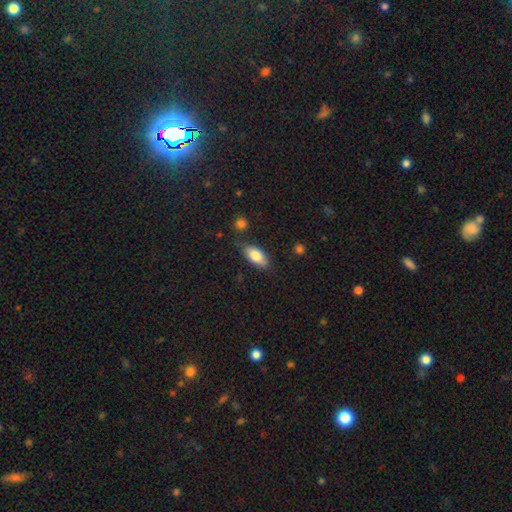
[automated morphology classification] This appears to be a smooth galaxy with no disk features (80%) that is in between round and cigar-shaped (86%). Merging: none (74%).